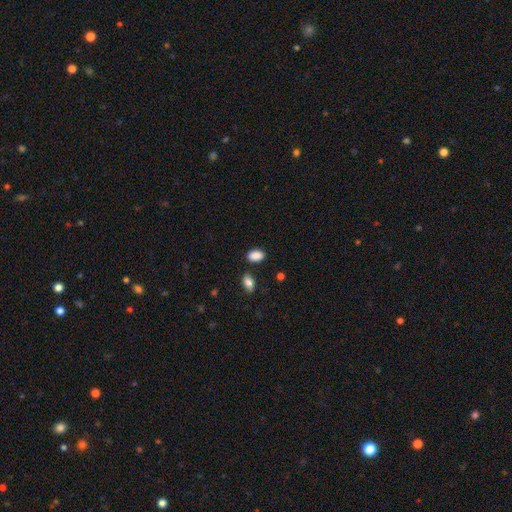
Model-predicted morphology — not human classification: A smooth galaxy with no disk features (88%) that is in between round and cigar-shaped (89%).

Vote fractions:
- Smooth or featured? smooth: 88% / star or artifact: 8% / featured or disk: 4%
- How rounded? in between: 89% / round: 9% / cigar-shaped: 2%
- Merging? none: 81% / minor disturbance: 11% / merger: 5% / major disturbance: 3%